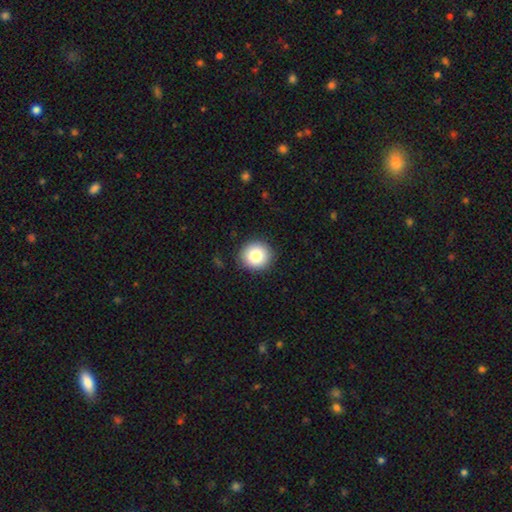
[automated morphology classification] Smooth or featured: smooth — 83% (star or artifact — 9%)
How rounded: round — 93% (in between — 7%)
Merging: none — 90% (minor disturbance — 7%)